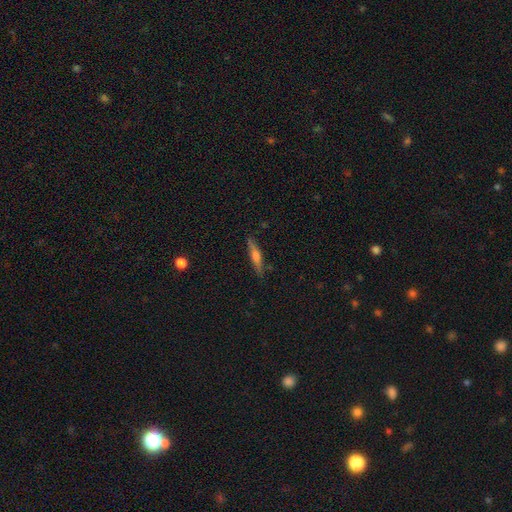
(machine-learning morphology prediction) type=featured or disk (52%); edge-on=yes (95%); merging=none (86%).